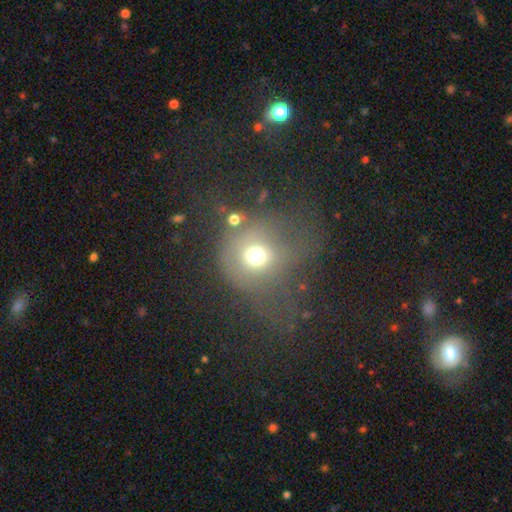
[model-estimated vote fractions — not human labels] The model was most divided on "merging": none: 48%, major disturbance: 27%, minor disturbance: 17%, merger: 8%. More confident: how rounded — round (86%); smooth or featured — smooth (63%).